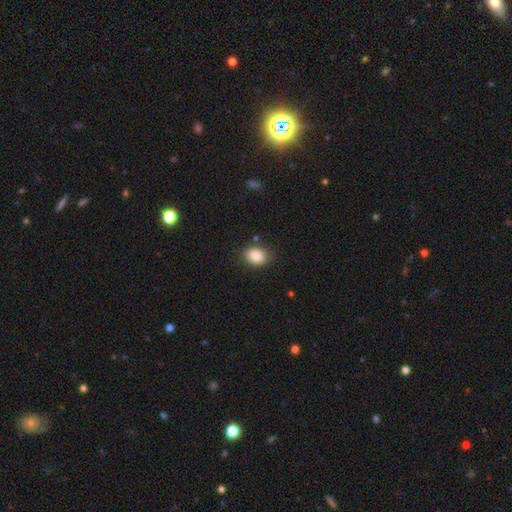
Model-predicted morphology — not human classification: Smooth or featured: smooth — 86% (star or artifact — 8%)
How rounded: in between — 65% (round — 34%)
Merging: none — 83% (minor disturbance — 12%)